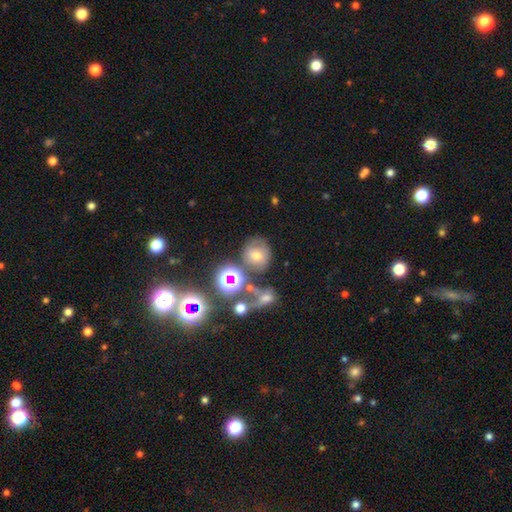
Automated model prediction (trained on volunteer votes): Smooth or featured? smooth (56%)
How rounded? round (78%)
Merging? none (58%)